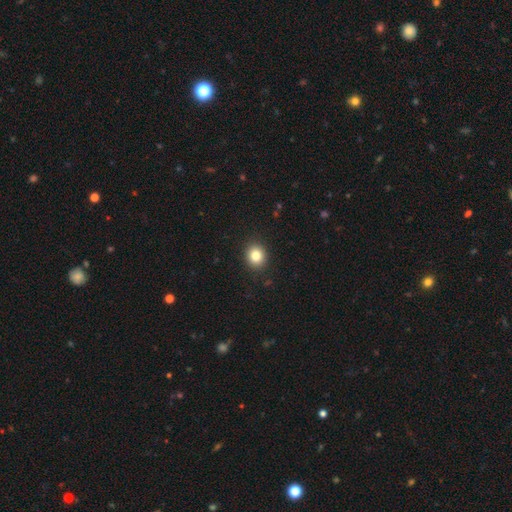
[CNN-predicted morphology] This is clearly a smooth galaxy (83%). How rounded: likely round (75%). Merging: clearly none (91%).